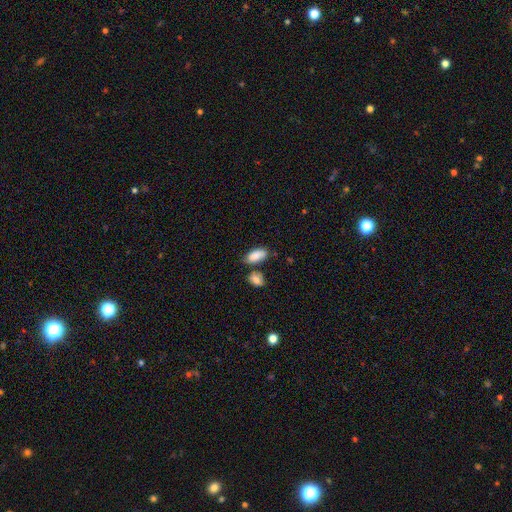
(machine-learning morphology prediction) This is clearly a smooth galaxy (87%). How rounded: clearly in between (90%). Merging: possibly none (58%).